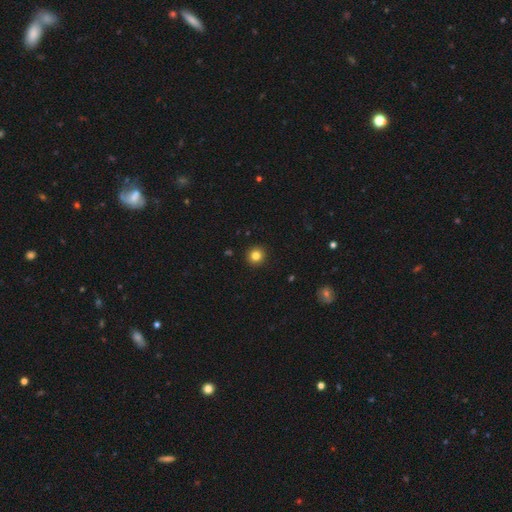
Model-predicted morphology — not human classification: This appears to be a smooth galaxy with no disk features (82%) that is round (94%). Merging: none (93%).